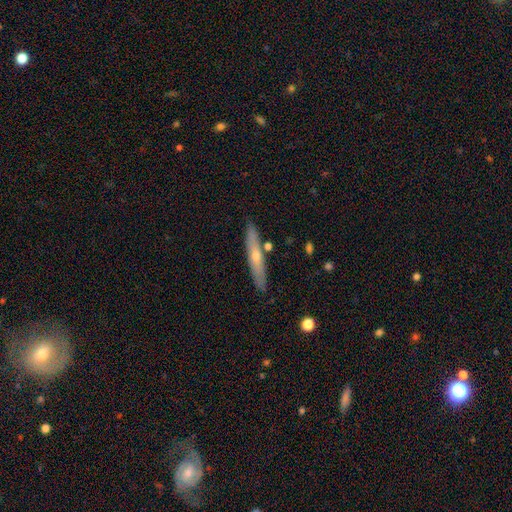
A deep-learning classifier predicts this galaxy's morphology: Overall: featured or disk (52%; smooth 42%). Edge-on disk: yes (87%). Merging: none (86%).